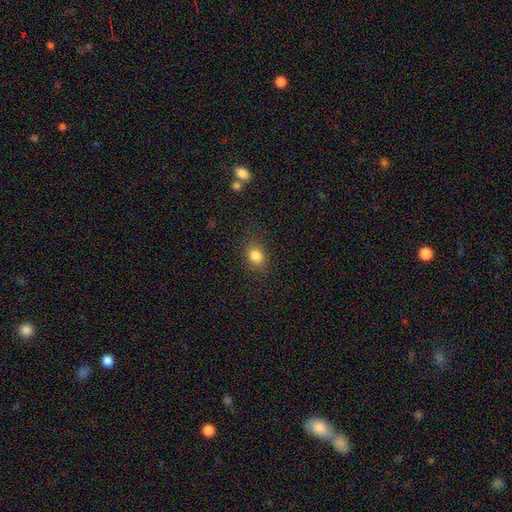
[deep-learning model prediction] smooth_or_featured: smooth (p=0.83) [alt: star or artifact p=0.11]
how_rounded: in between (p=0.53) [alt: round p=0.46]
merging: none (p=0.83) [alt: minor disturbance p=0.12]